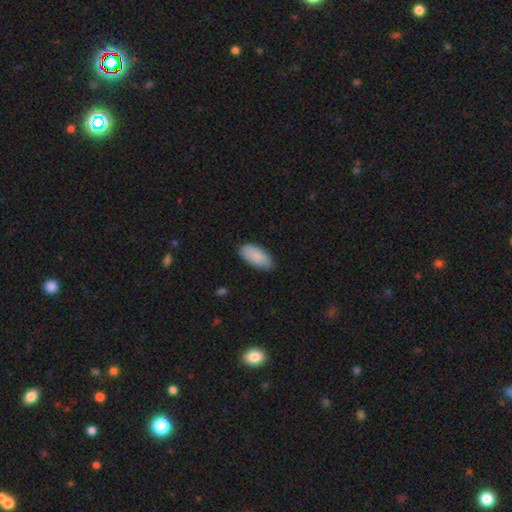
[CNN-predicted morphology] type=smooth (87%); roundness=in between (93%); merging=none (78%).